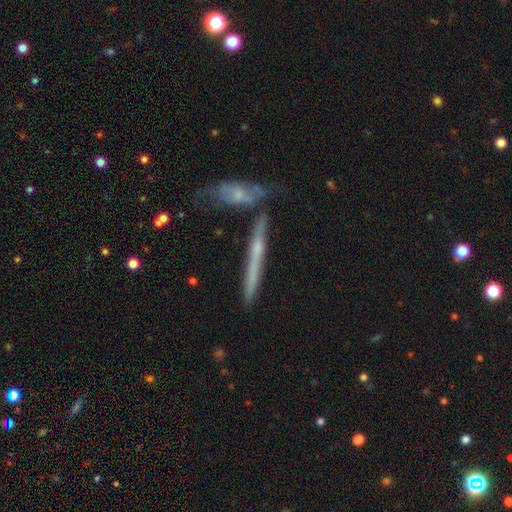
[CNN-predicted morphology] featured or disk 58%, smooth 34%, star or artifact 8%. Down the decision tree: edge-on disk — yes (93%); edge-on bulge — none (60%); merging — none (71%).